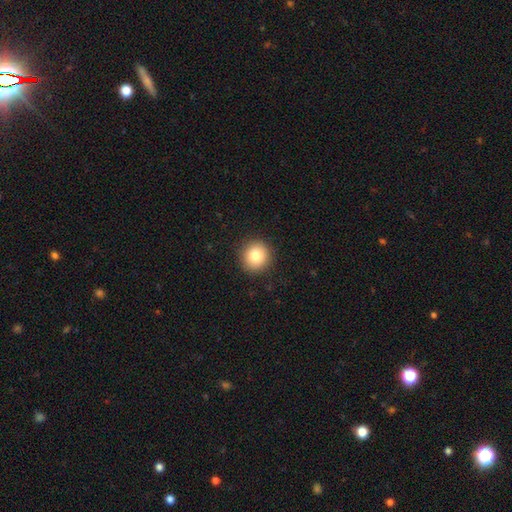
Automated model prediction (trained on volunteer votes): The model was most divided on "smooth or featured": smooth: 82%, star or artifact: 10%, featured or disk: 7%. More confident: how rounded — round (92%); merging — none (91%).